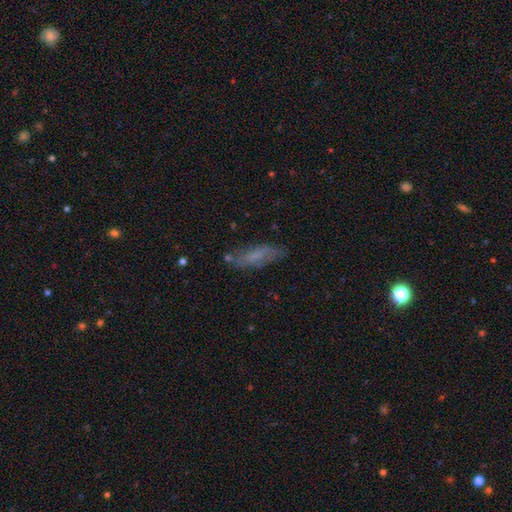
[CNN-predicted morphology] Smooth or featured? Predicted: smooth (p=0.54). How rounded? Predicted: cigar-shaped (p=0.56). Merging? Predicted: none (p=0.68).